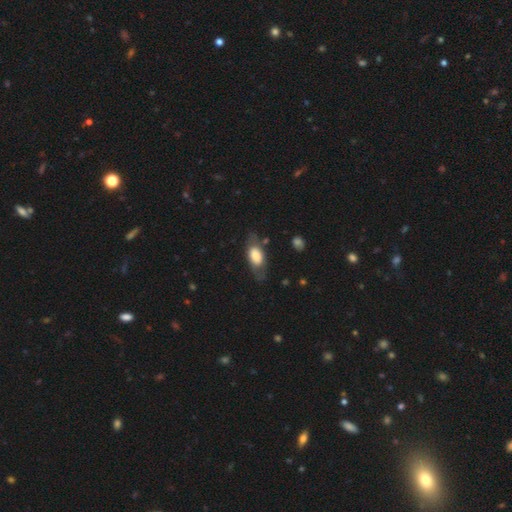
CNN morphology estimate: smooth_or_featured: smooth (p=0.62) [alt: featured or disk p=0.31]
how_rounded: in between (p=0.85) [alt: cigar-shaped p=0.10]
merging: none (p=0.69) [alt: minor disturbance p=0.19]